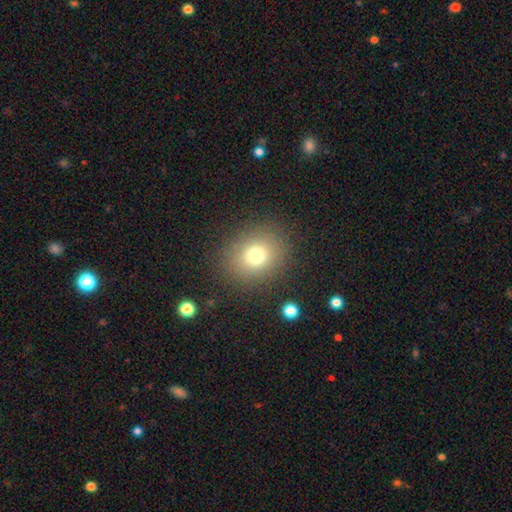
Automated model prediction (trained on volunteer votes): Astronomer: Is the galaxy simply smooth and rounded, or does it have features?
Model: smooth — 74%.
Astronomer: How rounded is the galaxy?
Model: round — 74%.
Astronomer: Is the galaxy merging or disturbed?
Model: none — 86%.